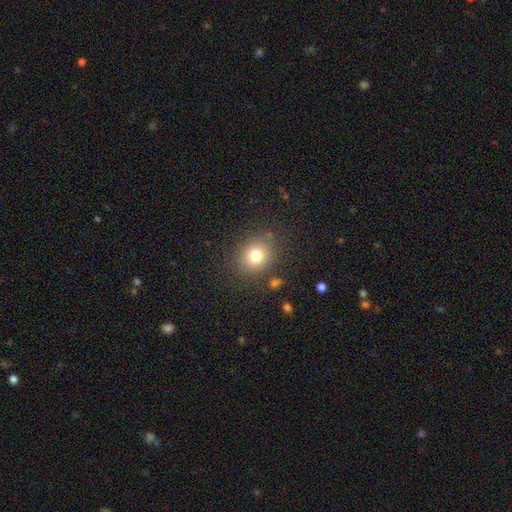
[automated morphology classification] A smooth galaxy with no disk features (78%) that is round (71%). Merging: none (84%).